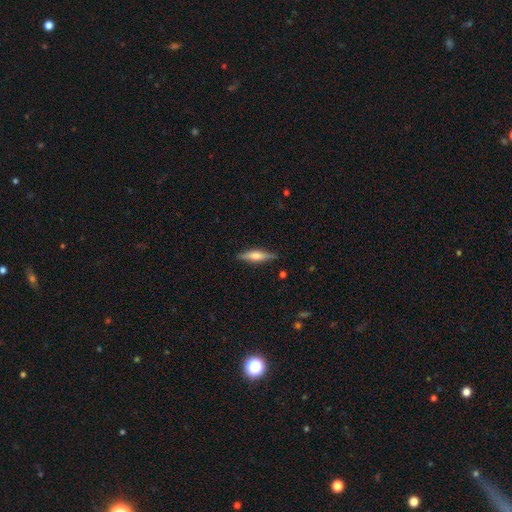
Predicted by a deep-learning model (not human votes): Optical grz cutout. It shows a featured or disk galaxy (48%). Merging: none (86%).